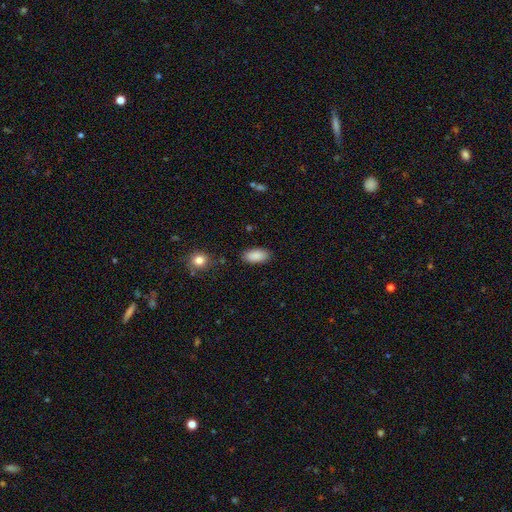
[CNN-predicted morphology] type=smooth (89%); roundness=in between (93%); merging=none (86%).